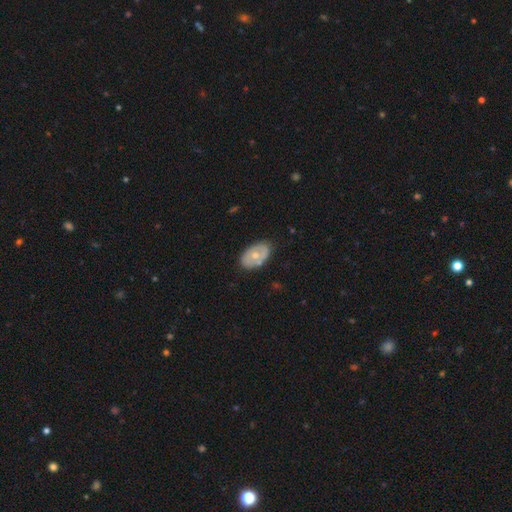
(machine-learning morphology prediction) Smooth or featured?
  - smooth: 48% *
  - featured or disk: 46%
  - star or artifact: 6%
Merging?
  - none: 78% *
  - minor disturbance: 16%
  - major disturbance: 4%
  - merger: 3%